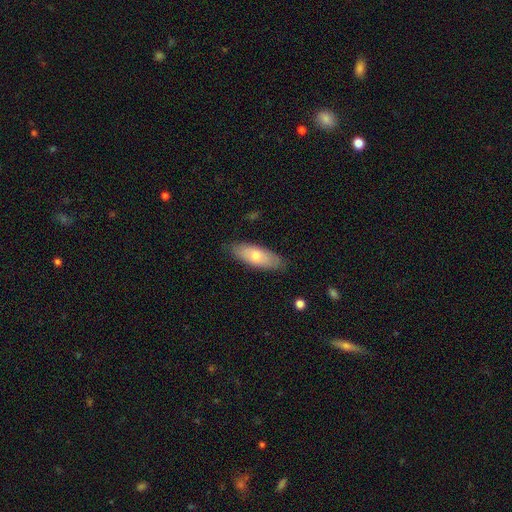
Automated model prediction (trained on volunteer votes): A smooth galaxy with no disk features (69%) that is in between round and cigar-shaped (72%).

Vote fractions:
- Smooth or featured? smooth: 69% / featured or disk: 25% / star or artifact: 6%
- How rounded? in between: 72% / cigar-shaped: 26% / round: 2%
- Merging? none: 84% / minor disturbance: 13% / major disturbance: 2% / merger: 1%